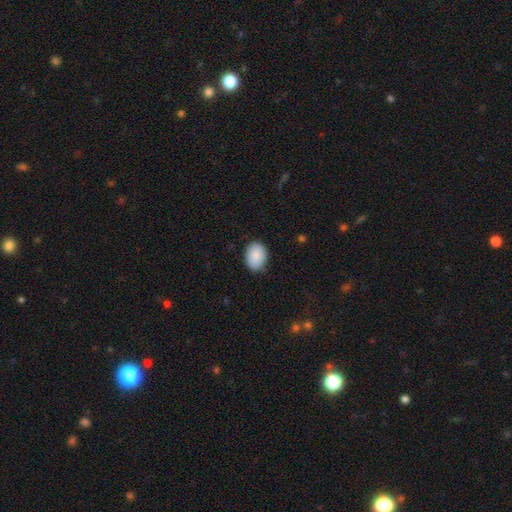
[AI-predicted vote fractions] smooth_or_featured: smooth (p=0.89) [alt: star or artifact p=0.06]
how_rounded: in between (p=0.74) [alt: round p=0.25]
merging: none (p=0.82) [alt: minor disturbance p=0.14]